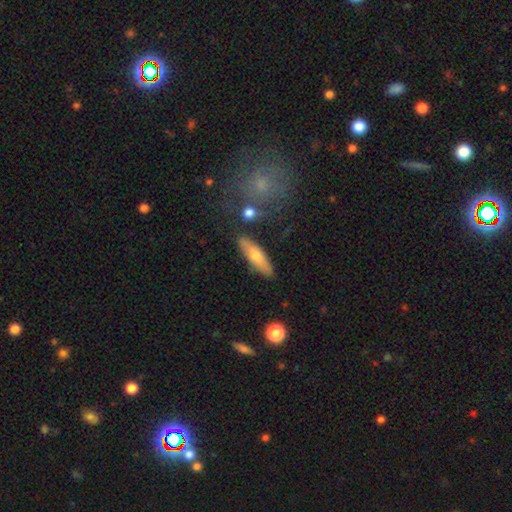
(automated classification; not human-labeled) Smooth or featured?
  - smooth: 62% *
  - featured or disk: 31%
  - star or artifact: 6%
How rounded?
  - cigar-shaped: 60% *
  - in between: 37%
  - round: 3%
Merging?
  - none: 83% *
  - minor disturbance: 10%
  - merger: 4%
  - major disturbance: 3%